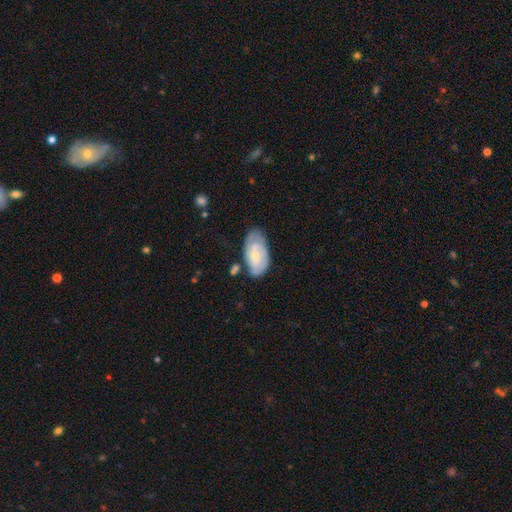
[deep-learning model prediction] Smooth or featured?
  - featured or disk: 53% *
  - smooth: 41%
  - star or artifact: 6%
Edge-on disk?
  - no: 94% *
  - yes: 6%
Merging?
  - none: 62% *
  - minor disturbance: 26%
  - major disturbance: 7%
  - merger: 5%